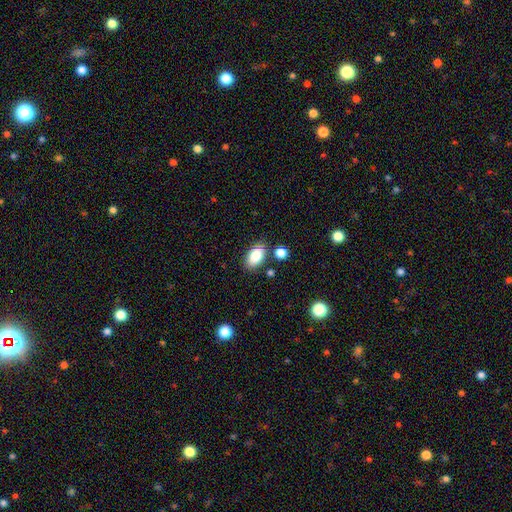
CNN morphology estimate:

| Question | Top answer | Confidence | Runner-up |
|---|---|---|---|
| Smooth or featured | smooth | 85% | star or artifact (7%) |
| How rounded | in between | 93% | round (5%) |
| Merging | none | 78% | minor disturbance (13%) |